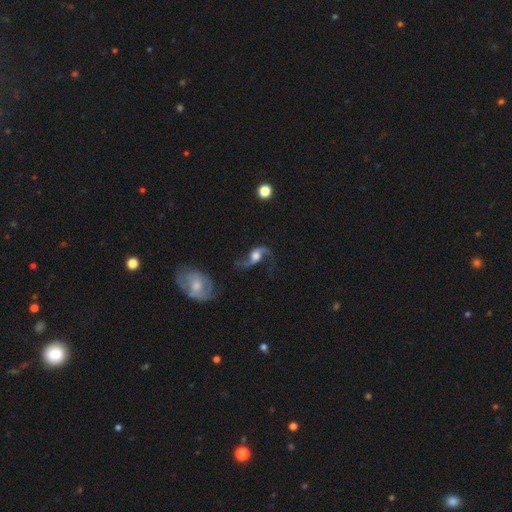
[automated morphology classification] Smooth or featured? Predicted: featured or disk (p=0.83). Edge-on disk? Predicted: no (p=0.94). Bar? Predicted: no (p=0.58). Spiral arms? Predicted: yes (p=0.95). Spiral winding? Predicted: loose (p=0.84). Spiral arm count? Predicted: 2 (p=0.92). Bulge size? Predicted: large (p=0.40). Merging? Predicted: none (p=0.60).